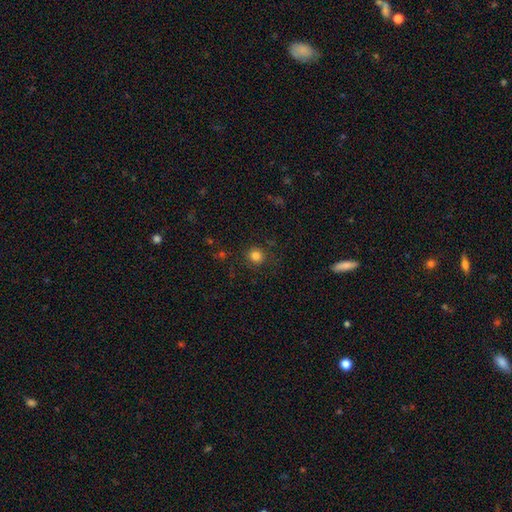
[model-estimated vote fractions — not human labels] smooth-or-featured: smooth: 83% | star or artifact: 12% | featured or disk: 5%
  how-rounded: round: 91% | in between: 8% | cigar-shaped: 1%
  merging: none: 86% | minor disturbance: 9% | major disturbance: 4% | merger: 1%